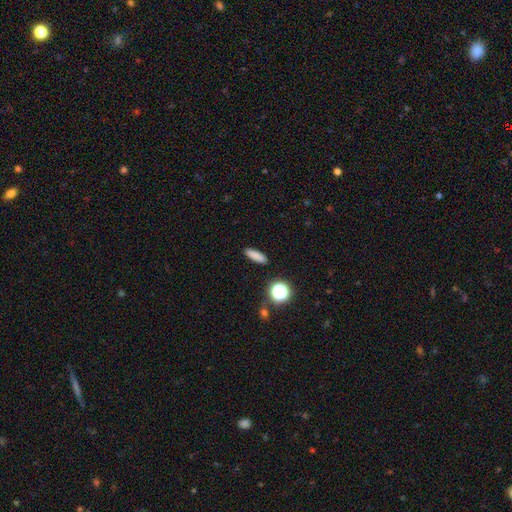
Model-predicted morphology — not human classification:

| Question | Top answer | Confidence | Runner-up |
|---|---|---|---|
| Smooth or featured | smooth | 82% | star or artifact (12%) |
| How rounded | cigar-shaped | 54% | in between (40%) |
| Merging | none | 89% | minor disturbance (7%) |